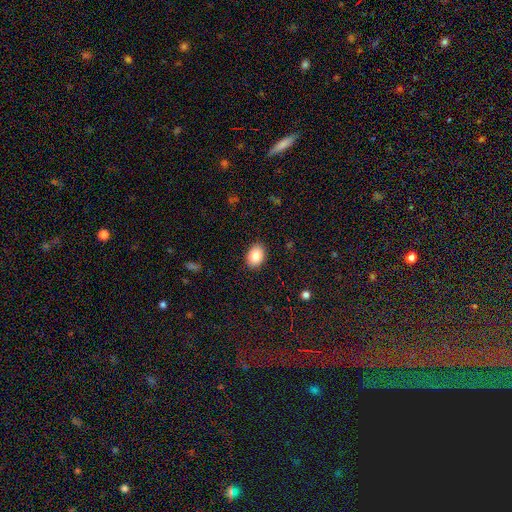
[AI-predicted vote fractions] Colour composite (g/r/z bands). It shows a smooth galaxy with no disk features (85%) that is in between round and cigar-shaped (70%). Merging: none (89%).